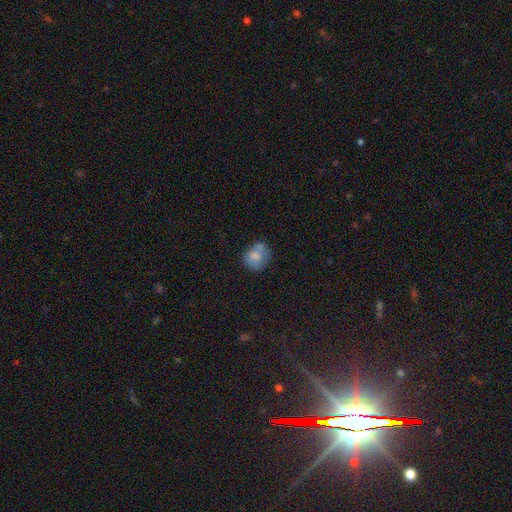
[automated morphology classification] This appears to be a smooth galaxy with no disk features (76%) that is round (68%). Merging: none (48%).